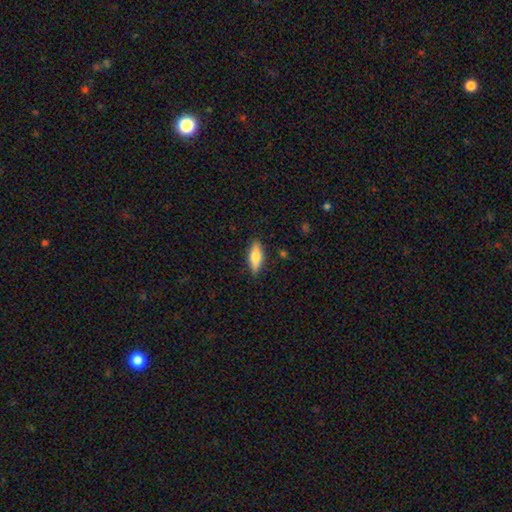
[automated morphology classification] type=smooth (66%); roundness=in between (62%); merging=none (86%).